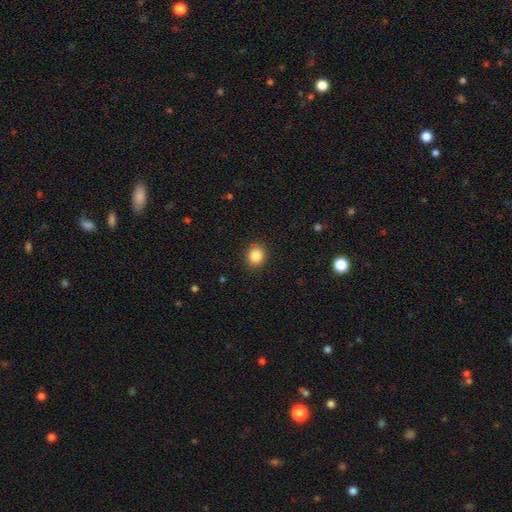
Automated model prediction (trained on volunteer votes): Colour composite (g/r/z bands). It shows a smooth galaxy with no disk features (85%) that is round (74%). Merging: none (90%).